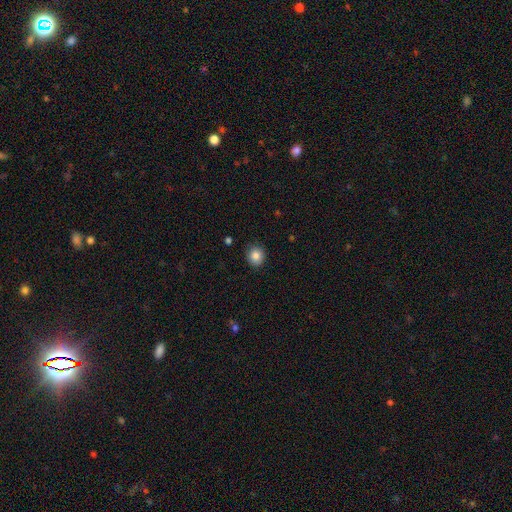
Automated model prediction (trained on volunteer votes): smooth-or-featured: smooth: 85% | star or artifact: 9% | featured or disk: 5%
  how-rounded: round: 83% | in between: 16% | cigar-shaped: 1%
  merging: none: 89% | minor disturbance: 8% | major disturbance: 2% | merger: 1%